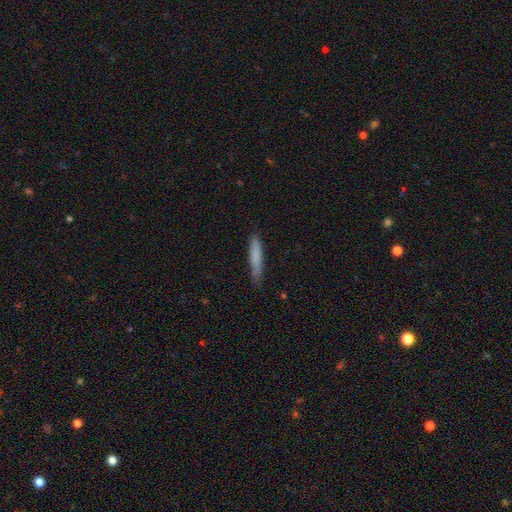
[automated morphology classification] smooth-or-featured: smooth: 78% | featured or disk: 15% | star or artifact: 6%
  how-rounded: cigar-shaped: 92% | in between: 7% | round: 1%
  merging: none: 75% | minor disturbance: 20% | major disturbance: 3% | merger: 1%